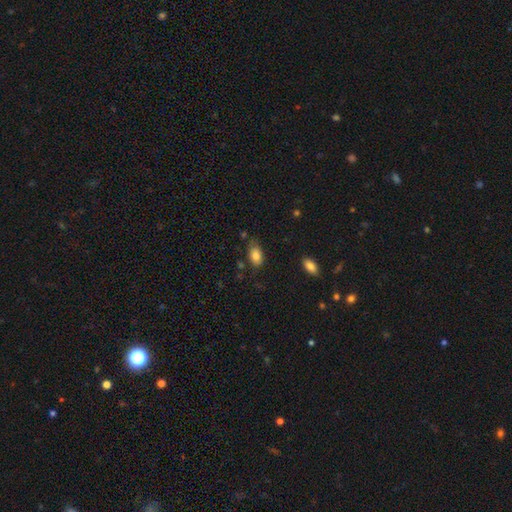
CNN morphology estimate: type=smooth (83%); roundness=in between (90%); merging=none (68%).